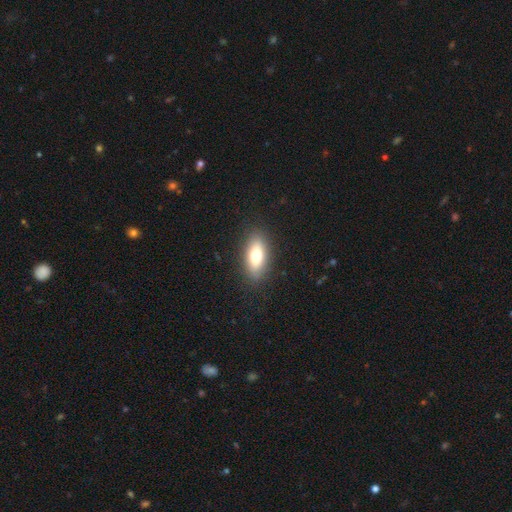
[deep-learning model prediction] Q: Smooth or featured?
A: smooth (73%); runner-up: featured or disk (20%)
Q: How rounded?
A: in between (80%); runner-up: cigar-shaped (15%)
Q: Merging?
A: none (87%); runner-up: minor disturbance (9%)